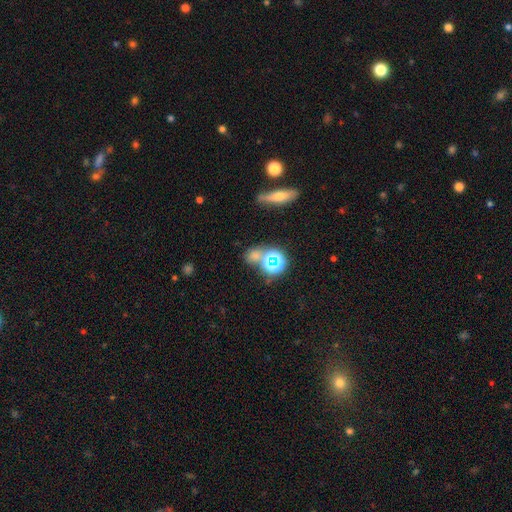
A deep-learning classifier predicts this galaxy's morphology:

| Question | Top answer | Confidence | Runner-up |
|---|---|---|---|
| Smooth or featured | smooth | 47% | star or artifact (42%) |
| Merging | none | 60% | merger (21%) |